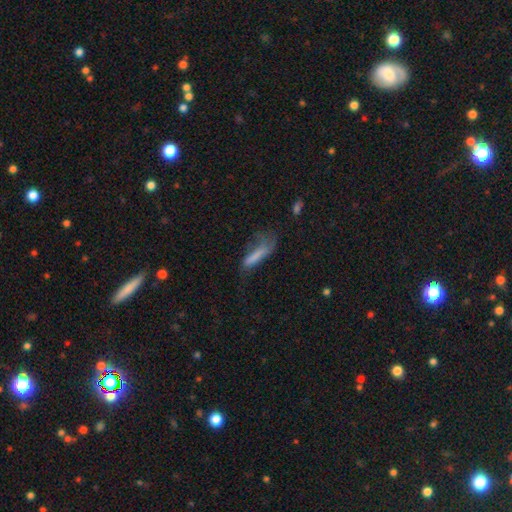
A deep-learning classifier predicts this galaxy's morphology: Overall: smooth (70%). How rounded: cigar-shaped (68%; in between 30%). Merging: major disturbance (37%; none 30%).